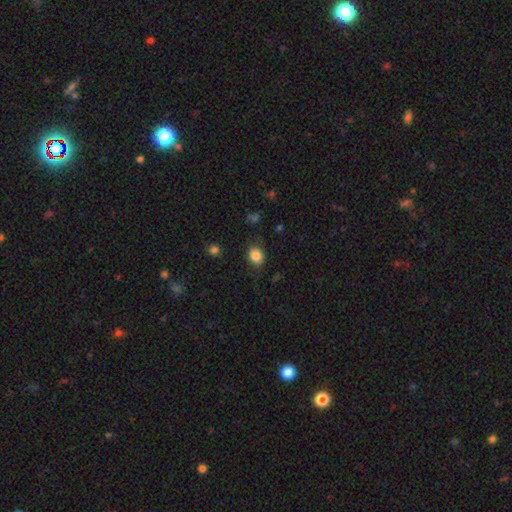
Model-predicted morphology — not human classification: Smooth or featured: smooth — 84% (star or artifact — 10%)
How rounded: round — 50% (in between — 49%)
Merging: none — 76% (minor disturbance — 17%)